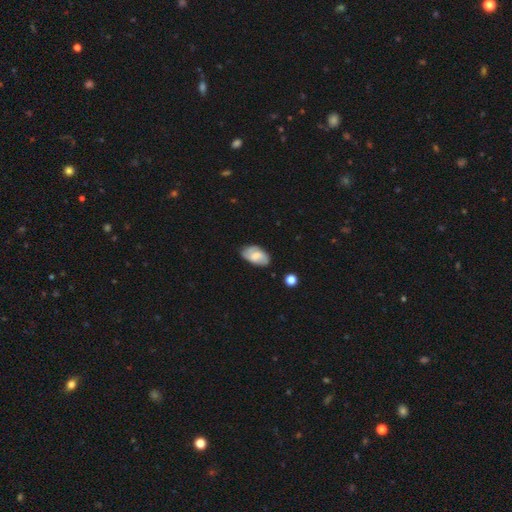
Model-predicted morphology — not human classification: smooth-or-featured: smooth: 55% | featured or disk: 37% | star or artifact: 8%
  how-rounded: in between: 93% | round: 5% | cigar-shaped: 2%
  merging: none: 73% | minor disturbance: 20% | major disturbance: 4% | merger: 2%